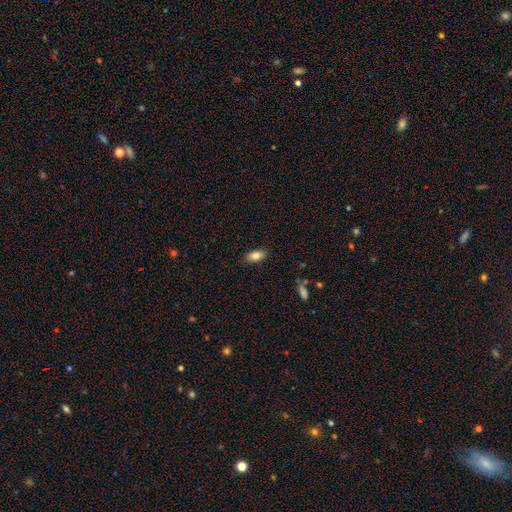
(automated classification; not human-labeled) Overall: smooth (84%). How rounded: in between (90%). Merging: none (86%).